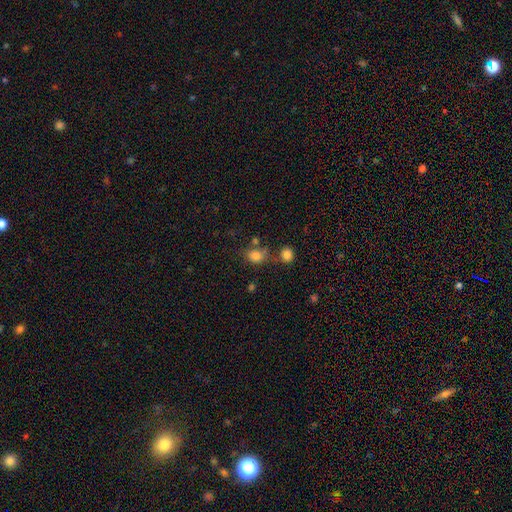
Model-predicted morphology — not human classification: A smooth galaxy with no disk features (81%) that is round (55%).

Vote fractions:
- Smooth or featured? smooth: 81% / star or artifact: 13% / featured or disk: 7%
- How rounded? round: 55% / in between: 44% / cigar-shaped: 1%
- Merging? none: 57% / merger: 18% / minor disturbance: 17% / major disturbance: 7%